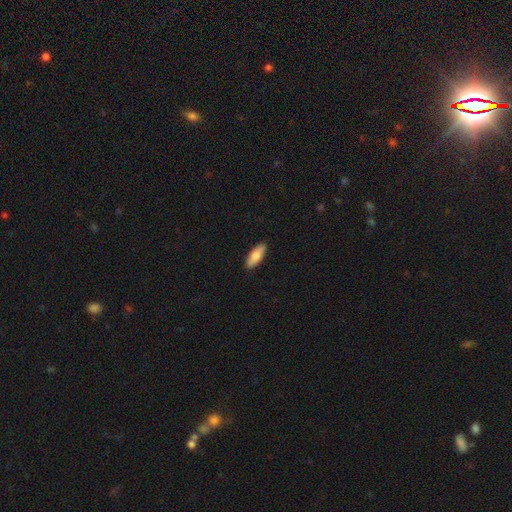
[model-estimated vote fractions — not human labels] Smooth or featured?
  - smooth: 84% *
  - featured or disk: 10%
  - star or artifact: 5%
How rounded?
  - in between: 74% *
  - cigar-shaped: 24%
  - round: 2%
Merging?
  - none: 90% *
  - minor disturbance: 8%
  - major disturbance: 2%
  - merger: 1%